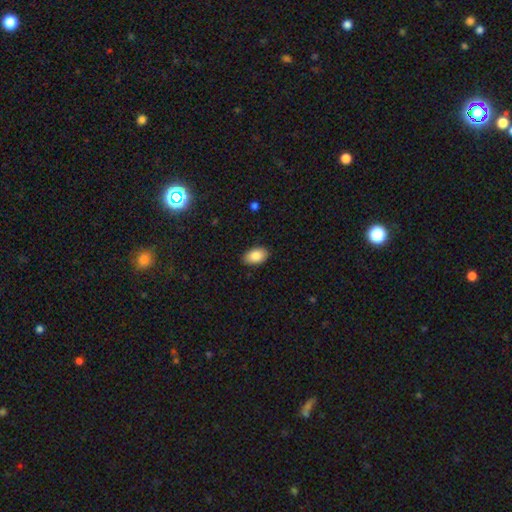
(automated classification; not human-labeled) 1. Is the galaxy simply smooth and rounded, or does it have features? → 87% smooth, 7% star or artifact, 6% featured or disk.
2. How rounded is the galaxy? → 92% in between, 7% round, 1% cigar-shaped.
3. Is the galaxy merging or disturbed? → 88% none, 9% minor disturbance, 2% major disturbance, 1% merger.